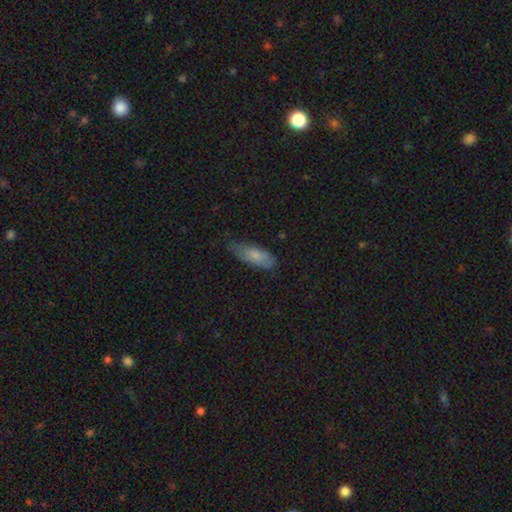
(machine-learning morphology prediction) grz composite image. It shows a smooth galaxy with no disk features (76%) that is in between round and cigar-shaped (74%). Merging: none (56%).